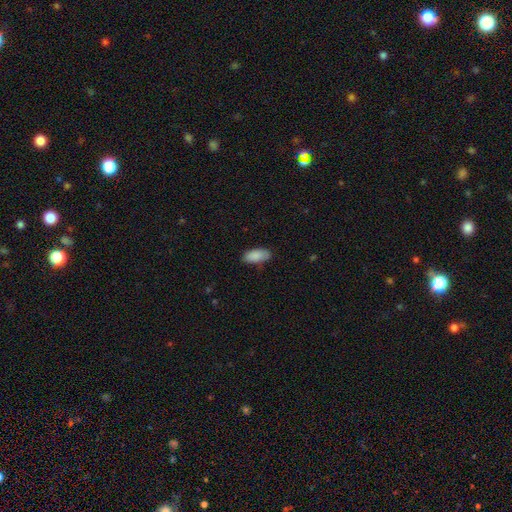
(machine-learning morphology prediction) This is clearly a smooth galaxy (88%). How rounded: clearly in between (90%). Merging: likely none (78%).